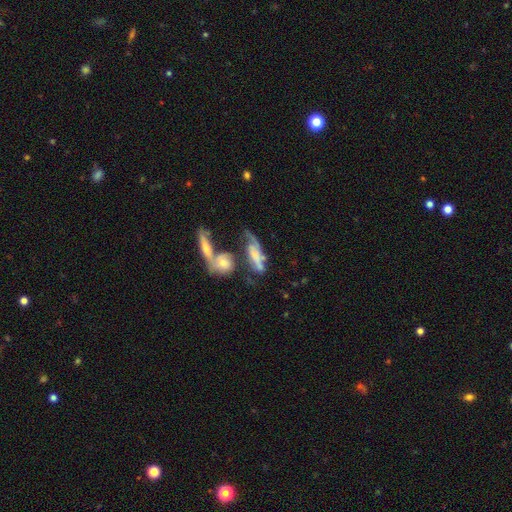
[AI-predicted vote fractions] The model was most divided on "merging": merger: 43%, none: 21%, major disturbance: 21%, minor disturbance: 15%. More confident: edge-on disk — no (78%); smooth or featured — featured or disk (58%).